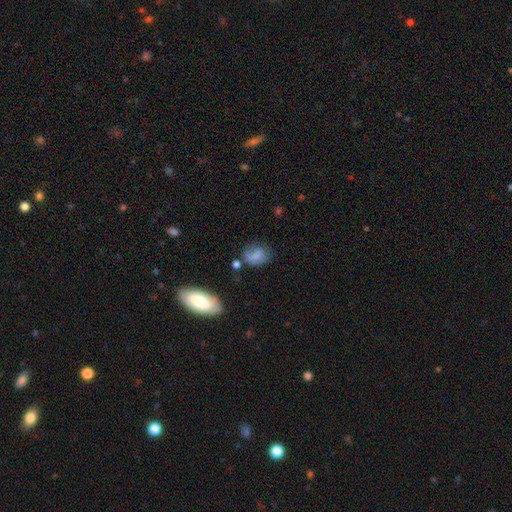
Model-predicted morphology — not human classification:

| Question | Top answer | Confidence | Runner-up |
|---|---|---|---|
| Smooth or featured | smooth | 69% | featured or disk (19%) |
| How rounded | in between | 60% | round (38%) |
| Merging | none | 47% | minor disturbance (27%) |